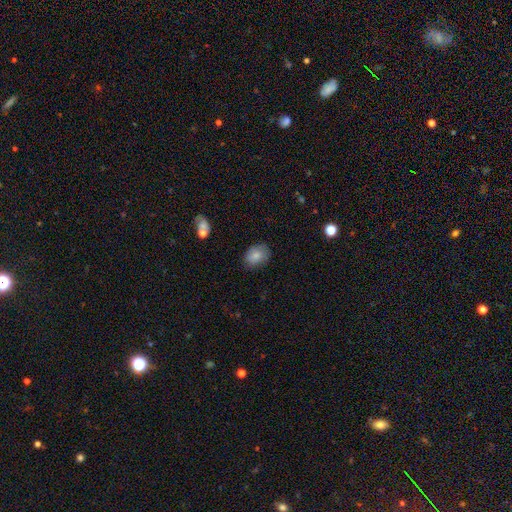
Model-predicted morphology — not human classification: Smooth or featured?
  - smooth: 82% *
  - featured or disk: 10%
  - star or artifact: 8%
How rounded?
  - in between: 72% *
  - round: 26%
  - cigar-shaped: 1%
Merging?
  - none: 78% *
  - minor disturbance: 17%
  - major disturbance: 4%
  - merger: 2%